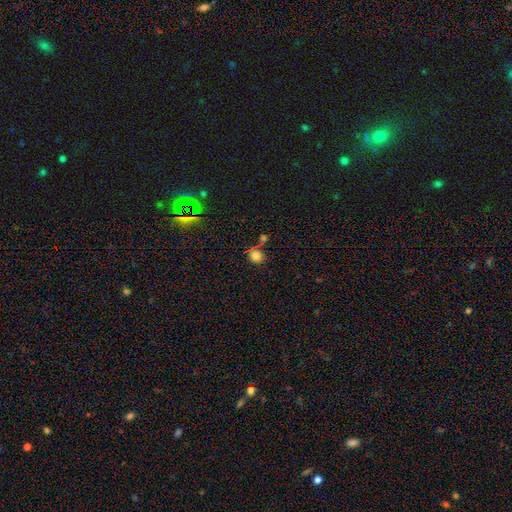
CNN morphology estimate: The model was most divided on "merging": none: 68%, merger: 15%, minor disturbance: 13%, major disturbance: 4%. More confident: smooth or featured — smooth (81%); how rounded — round (79%).